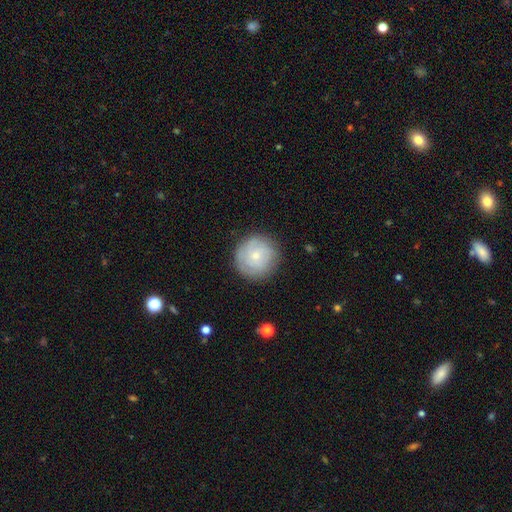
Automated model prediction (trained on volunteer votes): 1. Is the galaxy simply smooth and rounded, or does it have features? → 57% smooth, 36% featured or disk, 7% star or artifact.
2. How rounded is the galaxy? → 93% round, 6% in between, 1% cigar-shaped.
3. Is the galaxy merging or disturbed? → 83% none, 12% minor disturbance, 4% major disturbance, 1% merger.